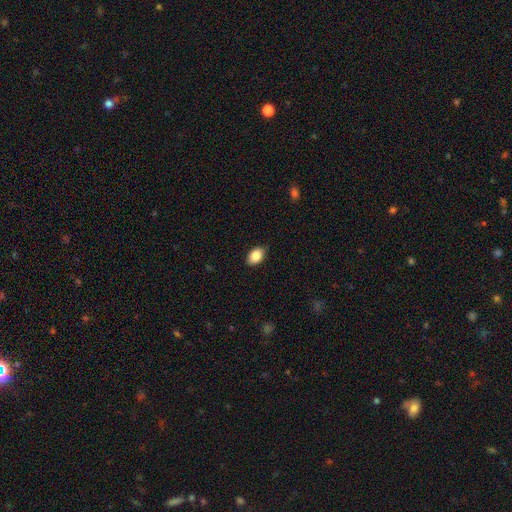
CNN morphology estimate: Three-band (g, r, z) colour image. It shows a smooth galaxy with no disk features (86%) that is in between round and cigar-shaped (85%). Merging: none (87%).